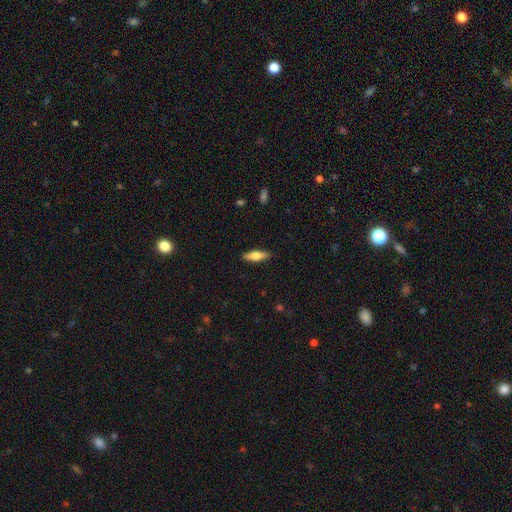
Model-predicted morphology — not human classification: smooth 59%, featured or disk 34%, star or artifact 6%. Down the decision tree: how rounded — cigar-shaped (56%); merging — none (89%).